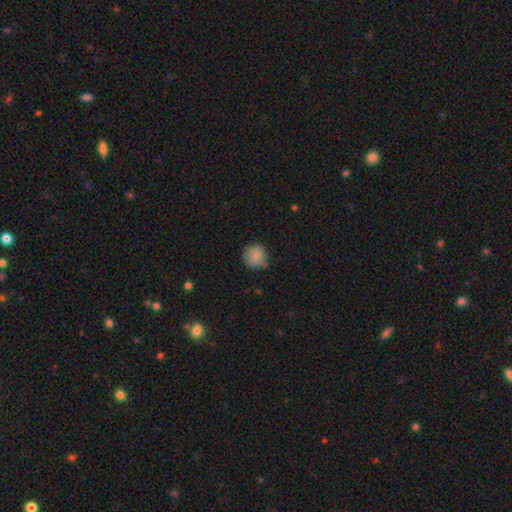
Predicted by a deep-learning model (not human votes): This is clearly a smooth galaxy (85%). How rounded: clearly round (89%). Merging: likely none (70%).